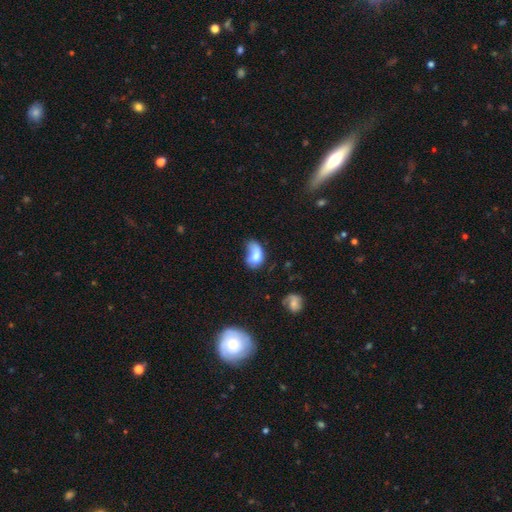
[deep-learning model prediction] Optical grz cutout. It shows a smooth galaxy with no disk features (66%) that is in between round and cigar-shaped (82%). Merging: major disturbance (34%).